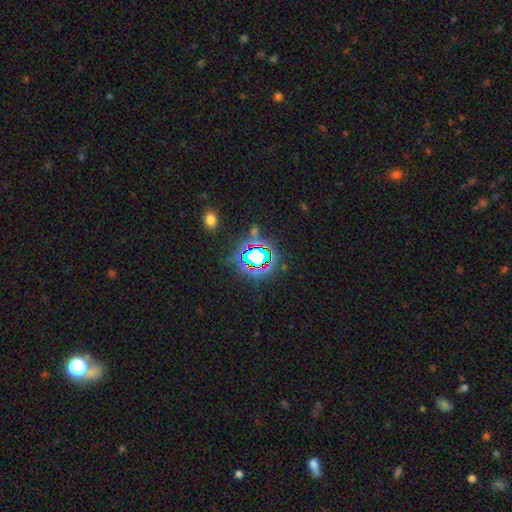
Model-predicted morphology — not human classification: A star or artifact, not a galaxy (70%).